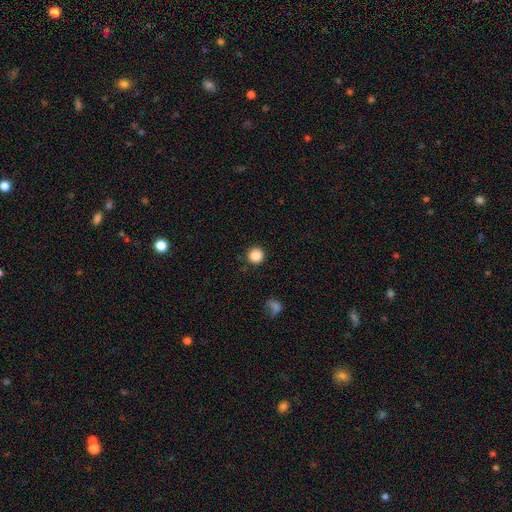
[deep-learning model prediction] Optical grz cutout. It shows a smooth galaxy with no disk features (87%) that is round (96%). Merging: none (91%).